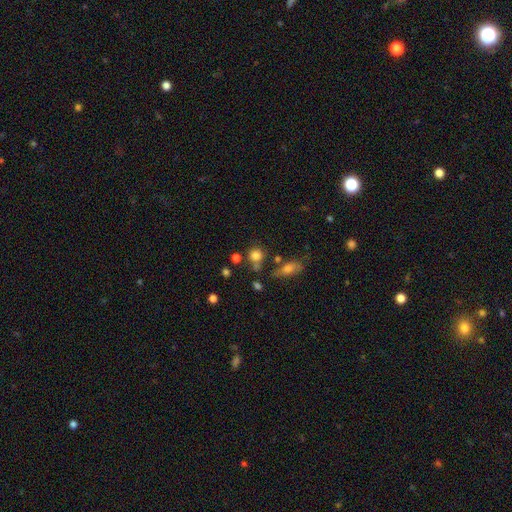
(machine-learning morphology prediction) This appears to be a smooth galaxy with no disk features (79%) that is round (84%). Merging: none (62%).